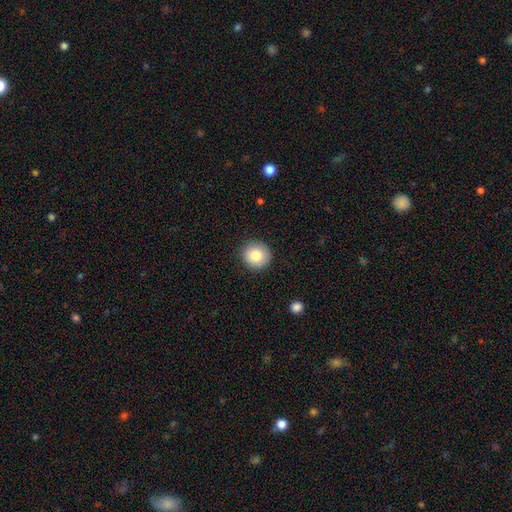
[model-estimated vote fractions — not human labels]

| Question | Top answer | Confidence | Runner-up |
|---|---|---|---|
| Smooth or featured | smooth | 85% | star or artifact (8%) |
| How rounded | round | 92% | in between (7%) |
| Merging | none | 90% | minor disturbance (7%) |